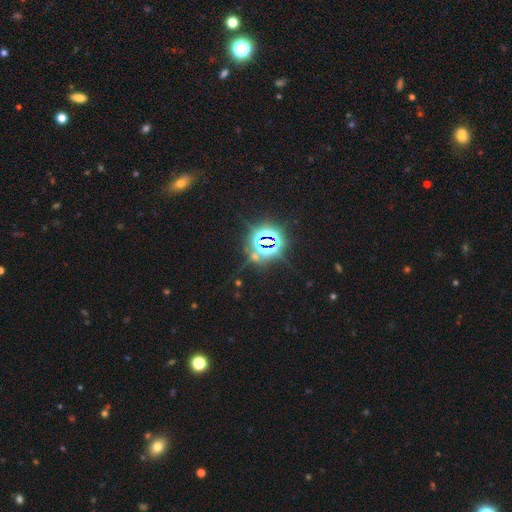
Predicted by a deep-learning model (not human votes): This is clearly a star or artifact rather than a galaxy (82%).